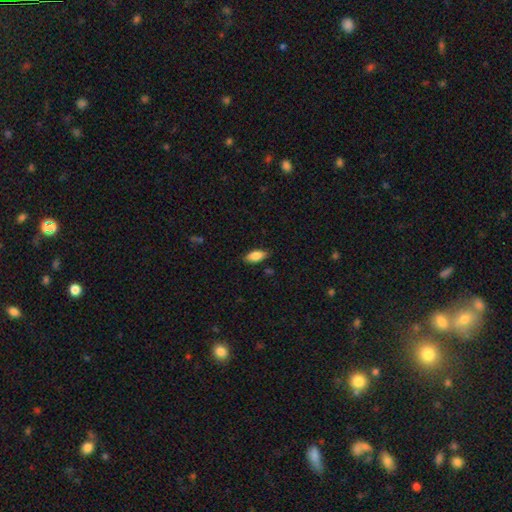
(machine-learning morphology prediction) This is clearly a smooth galaxy (84%). How rounded: clearly in between (87%). Merging: clearly none (84%).